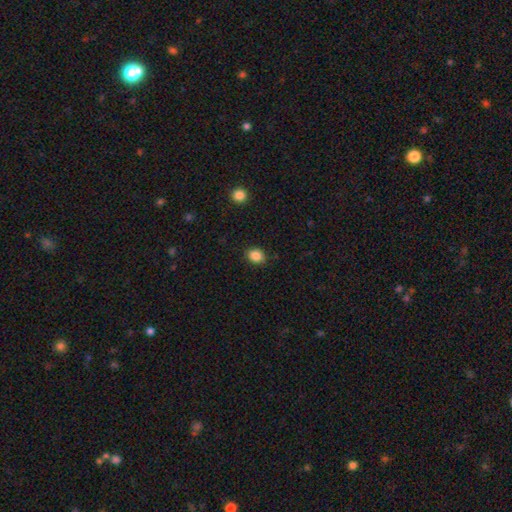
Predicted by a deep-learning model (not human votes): Smooth or featured: smooth — 86% (star or artifact — 10%)
How rounded: round — 60% (in between — 39%)
Merging: none — 88% (minor disturbance — 9%)